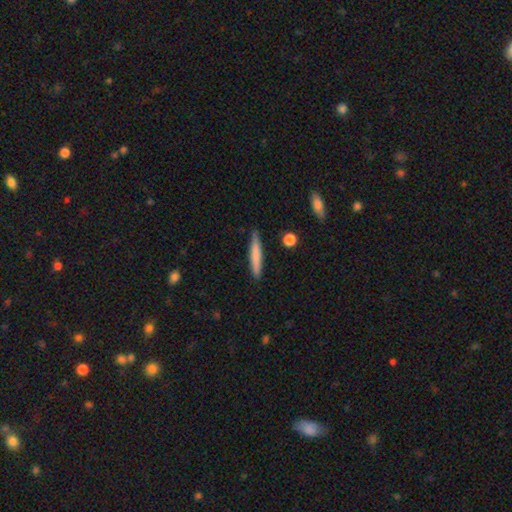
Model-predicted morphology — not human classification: Q: Smooth or featured?
A: smooth (72%); runner-up: featured or disk (22%)
Q: How rounded?
A: cigar-shaped (94%); runner-up: in between (5%)
Q: Merging?
A: none (86%); runner-up: minor disturbance (10%)